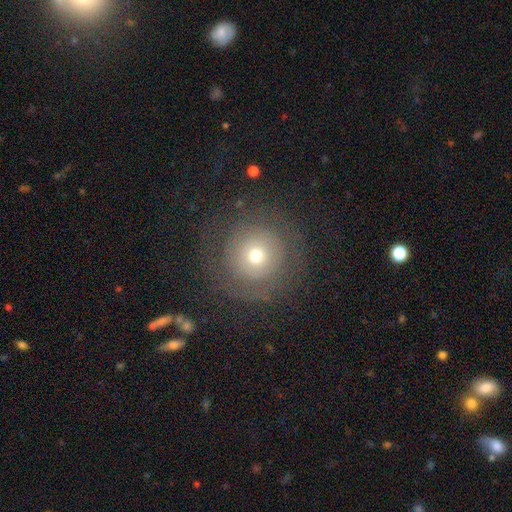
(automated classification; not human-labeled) smooth-or-featured: smooth: 56% | featured or disk: 29% | star or artifact: 14%
  how-rounded: round: 94% | in between: 5% | cigar-shaped: 1%
  merging: none: 76% | minor disturbance: 12% | major disturbance: 11% | merger: 1%